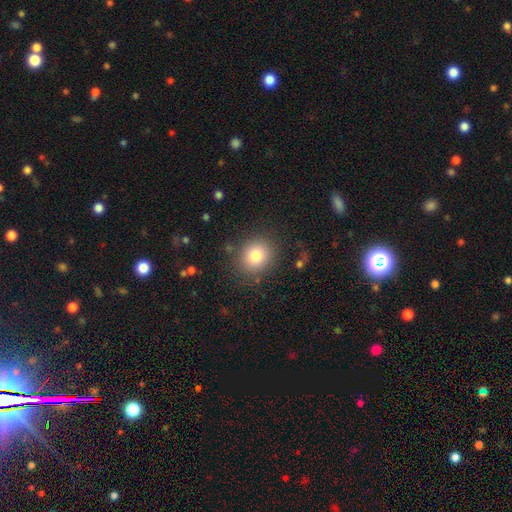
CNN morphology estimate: type=smooth (80%); roundness=round (79%); merging=none (84%).